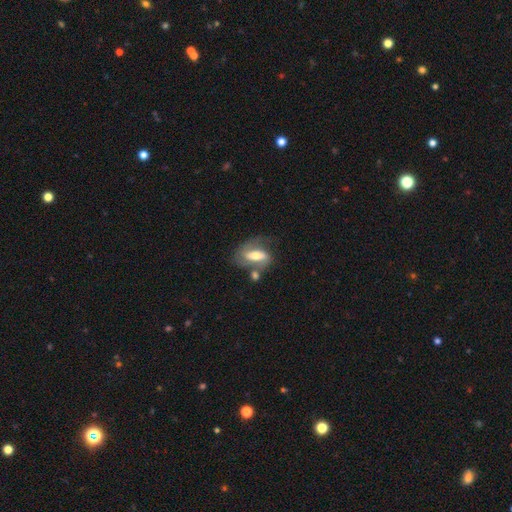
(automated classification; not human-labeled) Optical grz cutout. It shows a featured or disk galaxy (61%) with a strong bar (46%), spiral arms (71%) and a moderate central bulge (66%). Merging: none (46%).